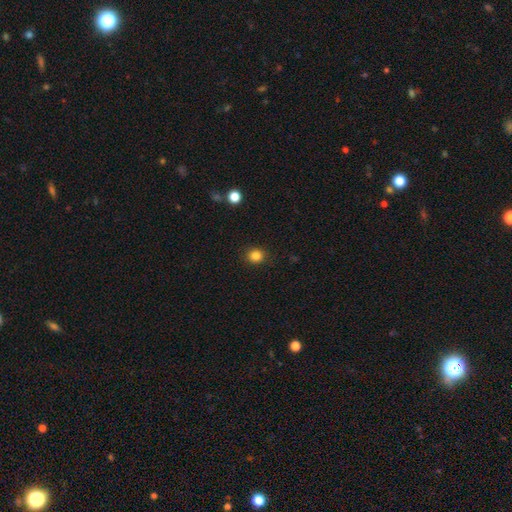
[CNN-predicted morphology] Smooth or featured?
  - smooth: 84% *
  - star or artifact: 12%
  - featured or disk: 4%
How rounded?
  - round: 81% *
  - in between: 19%
  - cigar-shaped: 1%
Merging?
  - none: 90% *
  - minor disturbance: 7%
  - major disturbance: 2%
  - merger: 1%